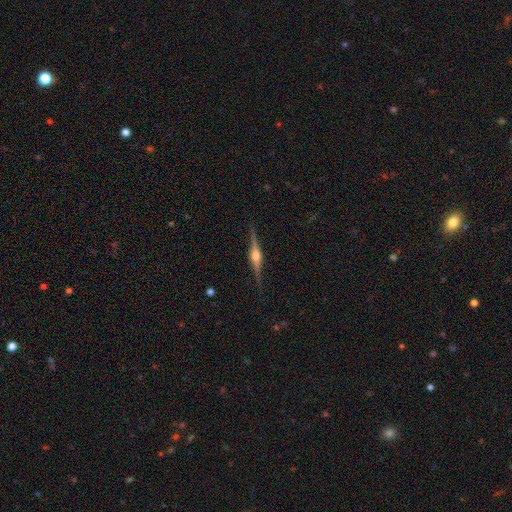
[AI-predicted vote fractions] Smooth or featured?
  - featured or disk: 85% *
  - smooth: 9%
  - star or artifact: 6%
Edge-on disk?
  - yes: 98% *
  - no: 2%
Edge-on bulge?
  - rounded: 92% *
  - boxy: 6%
  - none: 2%
Merging?
  - none: 89% *
  - minor disturbance: 8%
  - major disturbance: 2%
  - merger: 1%